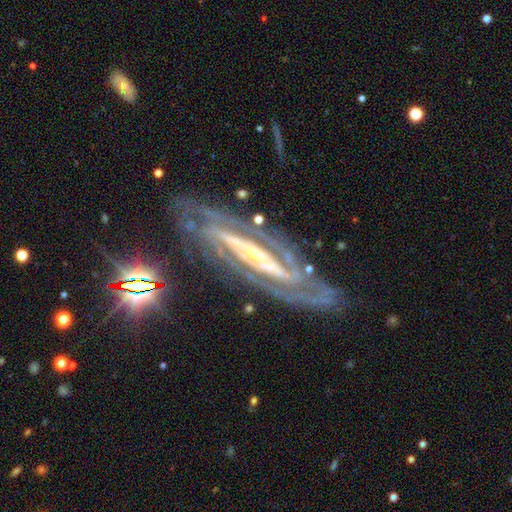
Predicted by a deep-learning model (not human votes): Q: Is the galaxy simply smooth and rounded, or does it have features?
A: featured or disk — 90%.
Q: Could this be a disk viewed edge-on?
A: no — 85%.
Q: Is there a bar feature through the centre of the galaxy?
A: strong — 48%.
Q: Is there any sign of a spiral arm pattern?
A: yes — 97%.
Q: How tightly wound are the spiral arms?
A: tight — 59%.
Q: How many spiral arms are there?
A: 2 — 62%.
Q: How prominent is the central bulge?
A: small — 68%.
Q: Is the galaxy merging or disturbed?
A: none — 77%.